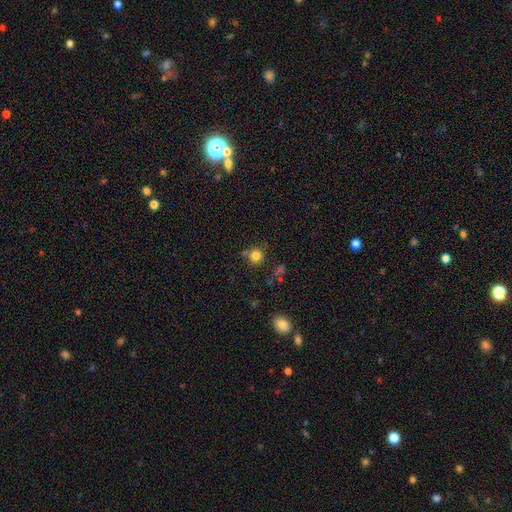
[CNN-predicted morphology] Smooth or featured: smooth — 81% (star or artifact — 13%)
How rounded: round — 91% (in between — 8%)
Merging: none — 73% (minor disturbance — 14%)